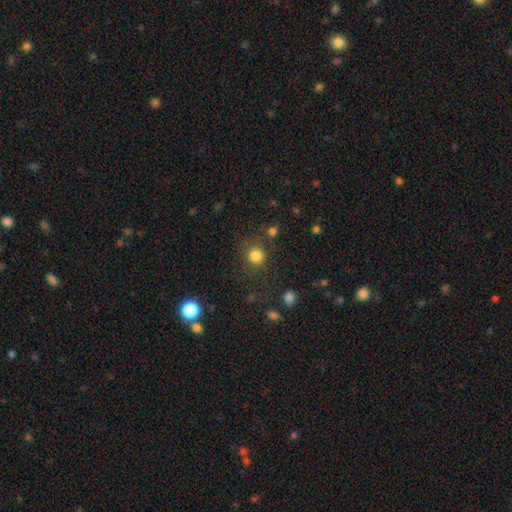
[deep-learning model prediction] Smooth or featured?
  - smooth: 82% *
  - star or artifact: 13%
  - featured or disk: 5%
How rounded?
  - round: 81% *
  - in between: 18%
  - cigar-shaped: 1%
Merging?
  - none: 74% *
  - minor disturbance: 14%
  - major disturbance: 7%
  - merger: 5%